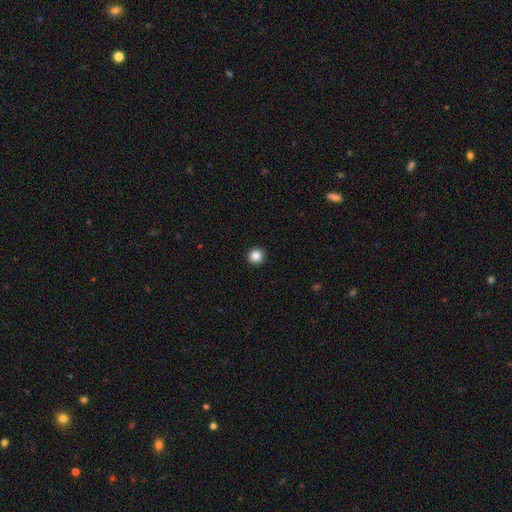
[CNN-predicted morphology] Smooth or featured: smooth — 85% (star or artifact — 11%)
How rounded: round — 96% (in between — 3%)
Merging: none — 94% (minor disturbance — 4%)